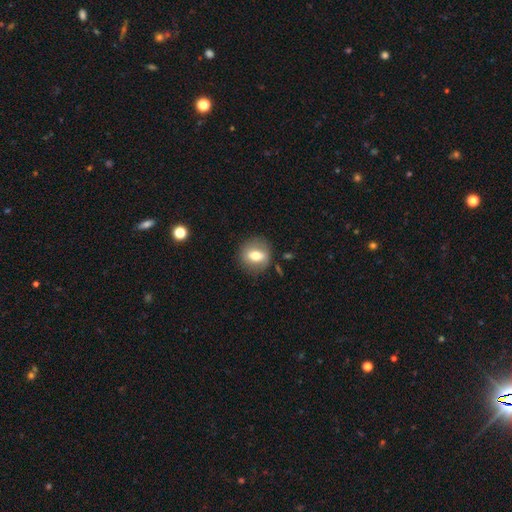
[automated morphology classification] Smooth or featured?
  - smooth: 61% *
  - featured or disk: 30%
  - star or artifact: 9%
How rounded?
  - round: 68% *
  - in between: 30%
  - cigar-shaped: 2%
Merging?
  - none: 82% *
  - minor disturbance: 11%
  - major disturbance: 4%
  - merger: 2%